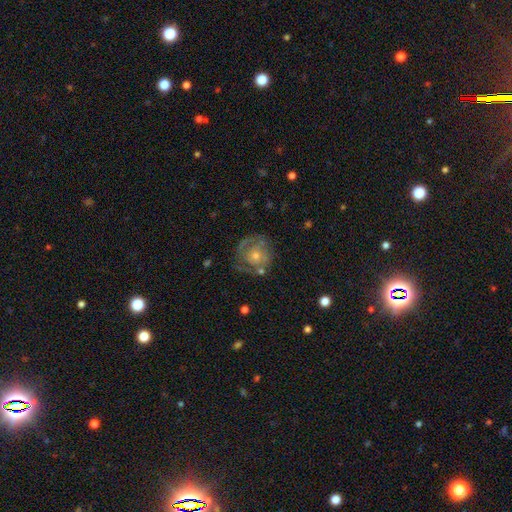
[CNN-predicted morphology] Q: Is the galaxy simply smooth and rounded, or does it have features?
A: featured or disk — 72%.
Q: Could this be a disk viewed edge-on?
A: no — 98%.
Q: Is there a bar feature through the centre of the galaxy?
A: no — 77%.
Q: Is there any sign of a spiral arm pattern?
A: yes — 80%.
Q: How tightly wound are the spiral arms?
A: tight — 52%.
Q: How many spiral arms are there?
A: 2 — 37%.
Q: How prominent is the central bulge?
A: small — 52%.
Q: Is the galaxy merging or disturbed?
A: none — 64%.